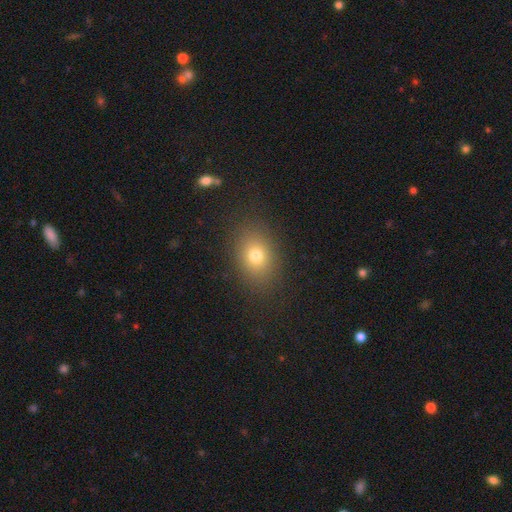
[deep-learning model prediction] This appears to be a smooth galaxy with no disk features (75%) that is in between round and cigar-shaped (60%). Merging: none (86%).